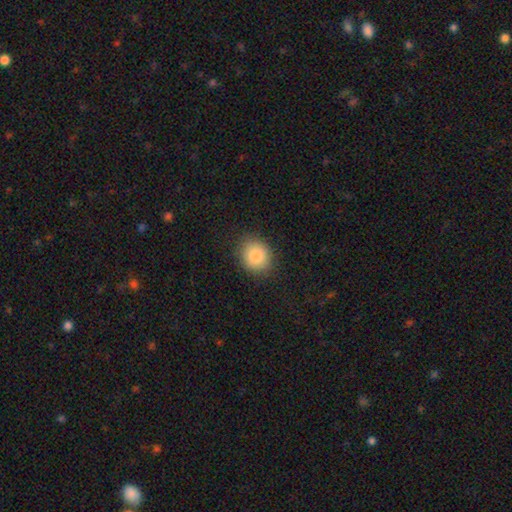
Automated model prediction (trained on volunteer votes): Overall: smooth (87%). How rounded: round (71%). Merging: none (86%).